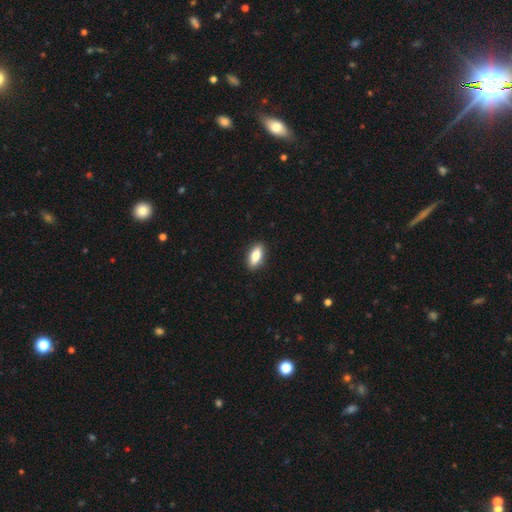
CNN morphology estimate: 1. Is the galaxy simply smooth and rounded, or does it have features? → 77% smooth, 16% featured or disk, 7% star or artifact.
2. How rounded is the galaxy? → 82% in between, 15% cigar-shaped, 4% round.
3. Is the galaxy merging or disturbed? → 89% none, 8% minor disturbance, 2% major disturbance, 1% merger.